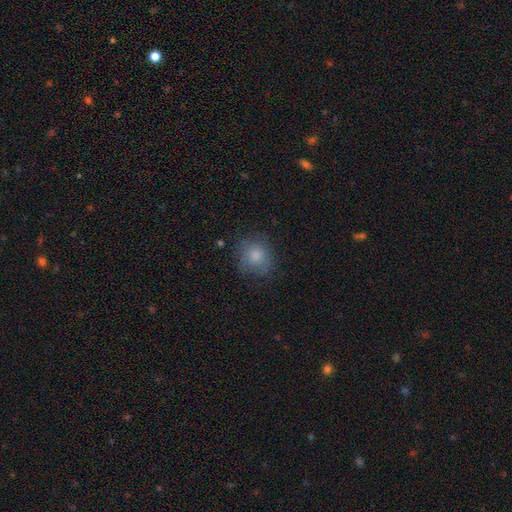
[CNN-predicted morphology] This is clearly a smooth galaxy (81%). How rounded: clearly round (81%). Merging: likely none (73%).